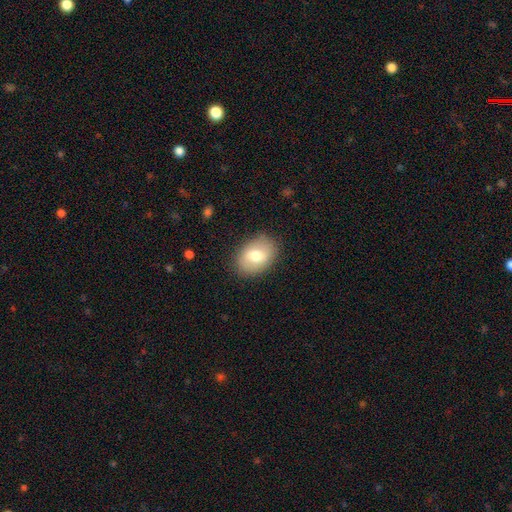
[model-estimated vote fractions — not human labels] Smooth or featured?
  - smooth: 68% *
  - featured or disk: 25%
  - star or artifact: 7%
How rounded?
  - in between: 78% *
  - round: 21%
  - cigar-shaped: 1%
Merging?
  - none: 84% *
  - minor disturbance: 11%
  - major disturbance: 3%
  - merger: 1%